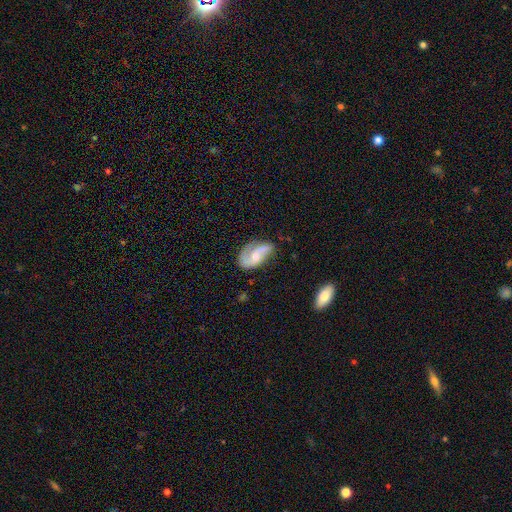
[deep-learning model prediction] Smooth or featured? Predicted: featured or disk (p=0.76). Edge-on disk? Predicted: no (p=0.97). Bar? Predicted: no (p=0.54). Spiral arms? Predicted: yes (p=0.94). Spiral winding? Predicted: loose (p=0.45). Spiral arm count? Predicted: 2 (p=0.80). Bulge size? Predicted: moderate (p=0.45). Merging? Predicted: none (p=0.57).